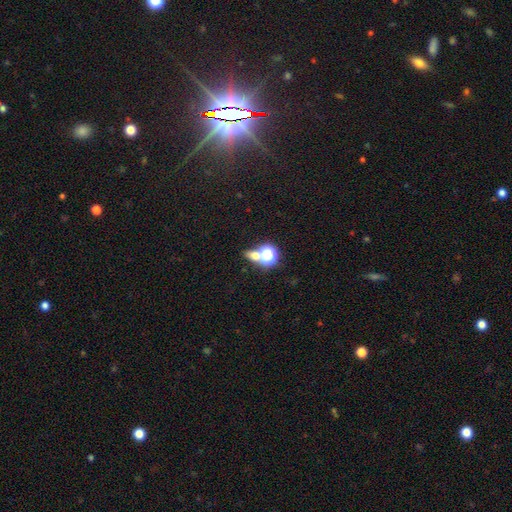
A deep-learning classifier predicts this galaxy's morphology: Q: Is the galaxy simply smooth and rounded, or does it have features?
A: smooth — 52%.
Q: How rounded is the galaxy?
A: round — 60%.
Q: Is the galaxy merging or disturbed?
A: none — 55%.